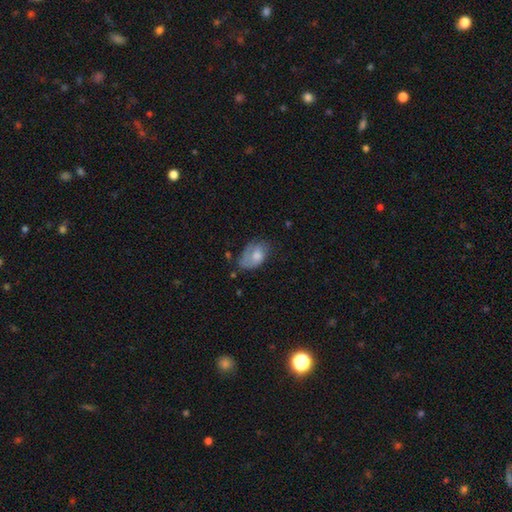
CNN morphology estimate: A smooth galaxy with no disk features (60%) that is in between round and cigar-shaped (87%). Merging: none (39%).